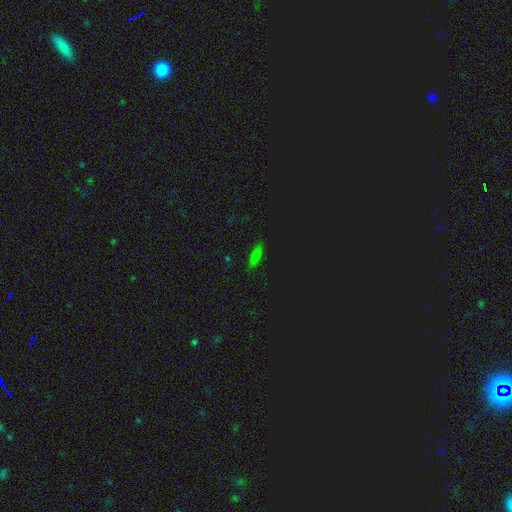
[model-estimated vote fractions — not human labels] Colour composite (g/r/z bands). It shows a smooth galaxy with no disk features (61%) that is in between round and cigar-shaped (49%). Merging: none (86%).